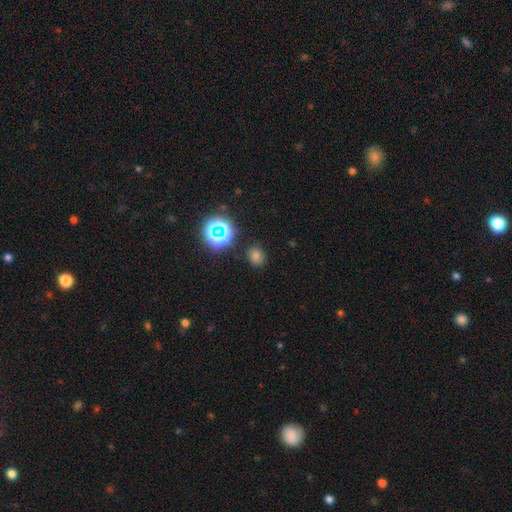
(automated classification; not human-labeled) Smooth or featured: smooth — 63% (star or artifact — 28%)
How rounded: round — 68% (in between — 31%)
Merging: none — 85% (minor disturbance — 10%)